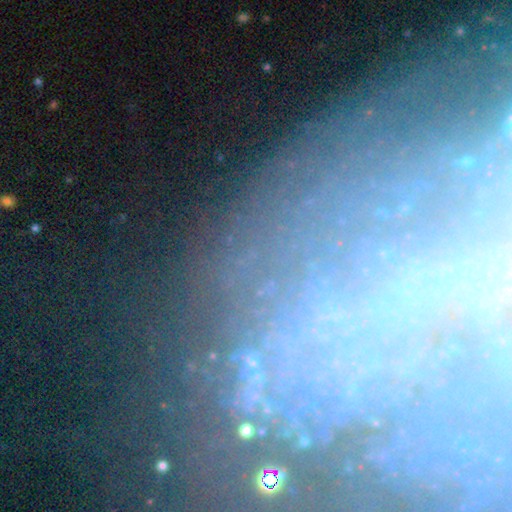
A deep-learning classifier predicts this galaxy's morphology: Q: Smooth or featured?
A: featured or disk (48%); runner-up: star or artifact (34%)
Q: Merging?
A: none (76%); runner-up: minor disturbance (13%)